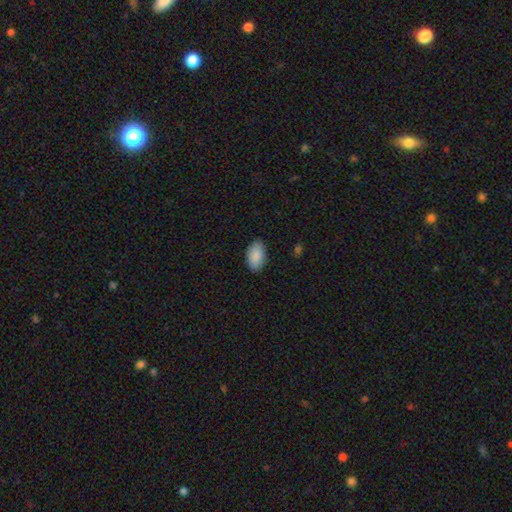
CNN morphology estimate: smooth 89%, star or artifact 6%, featured or disk 5%. Down the decision tree: how rounded — in between (94%); merging — none (85%).